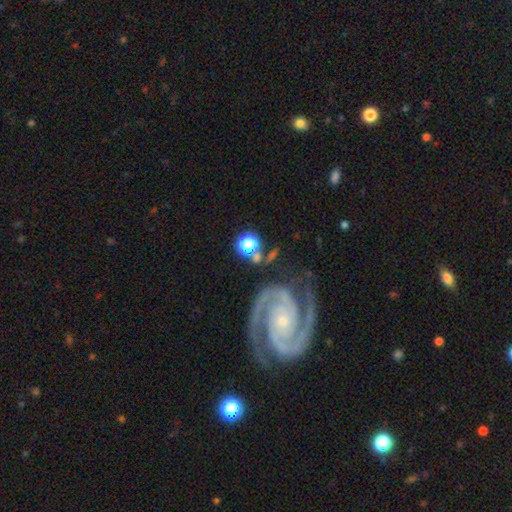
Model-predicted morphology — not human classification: The model was most divided on "spiral winding": tight: 52%, medium: 40%, loose: 8%. More confident: edge-on disk — no (97%); spiral arms — yes (97%); spiral arm count — 2 (91%); smooth or featured — featured or disk (83%); merging — none (78%); bulge size — small (72%); bar — no (64%).